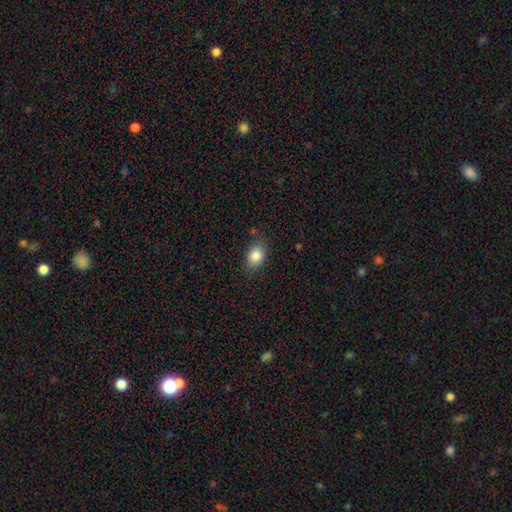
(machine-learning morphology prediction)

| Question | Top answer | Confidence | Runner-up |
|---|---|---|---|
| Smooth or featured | smooth | 85% | star or artifact (9%) |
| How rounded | in between | 72% | round (26%) |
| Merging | none | 77% | minor disturbance (17%) |